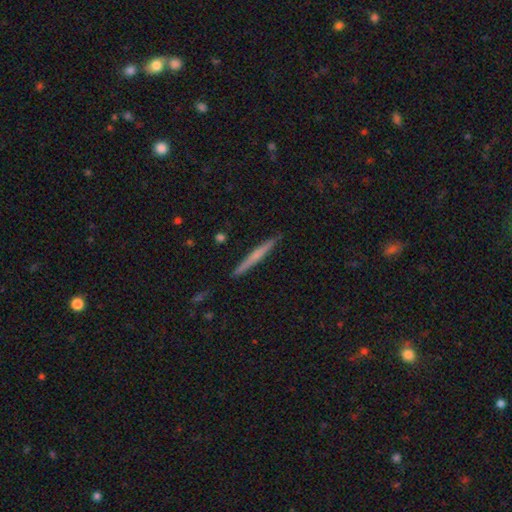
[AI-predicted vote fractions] Q: Smooth or featured?
A: smooth (48%); runner-up: featured or disk (45%)
Q: Merging?
A: none (91%); runner-up: minor disturbance (6%)